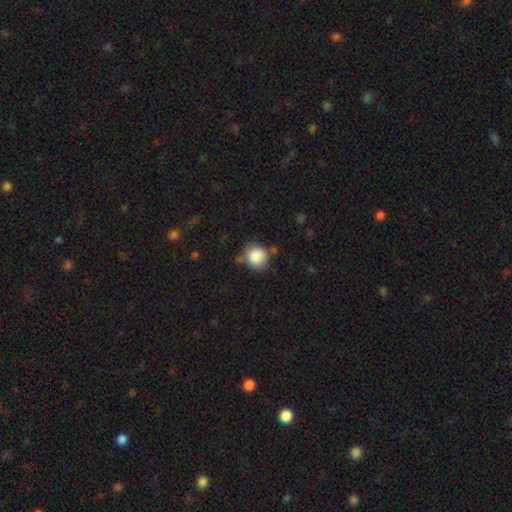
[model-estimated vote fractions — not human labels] Q: Smooth or featured?
A: smooth (87%); runner-up: star or artifact (9%)
Q: How rounded?
A: round (83%); runner-up: in between (16%)
Q: Merging?
A: none (70%); runner-up: minor disturbance (18%)